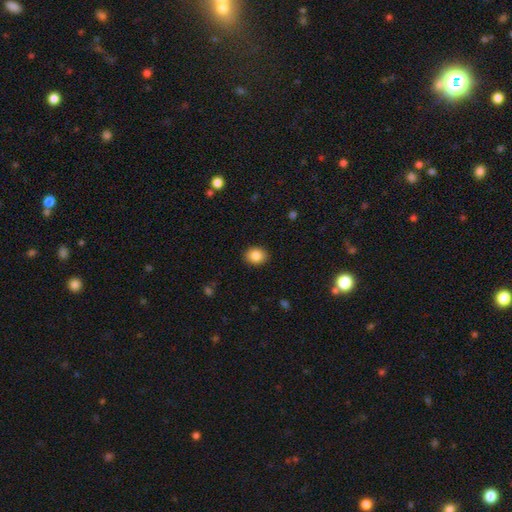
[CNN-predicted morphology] smooth-or-featured: smooth: 86% | star or artifact: 9% | featured or disk: 6%
  how-rounded: round: 62% | in between: 38% | cigar-shaped: 1%
  merging: none: 90% | minor disturbance: 7% | major disturbance: 2% | merger: 1%